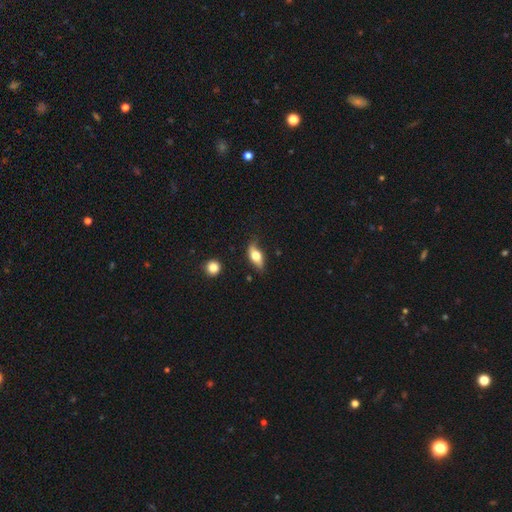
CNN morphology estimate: smooth-or-featured: smooth: 60% | featured or disk: 33% | star or artifact: 7%
  how-rounded: in between: 78% | cigar-shaped: 16% | round: 7%
  merging: none: 69% | minor disturbance: 23% | major disturbance: 6% | merger: 2%